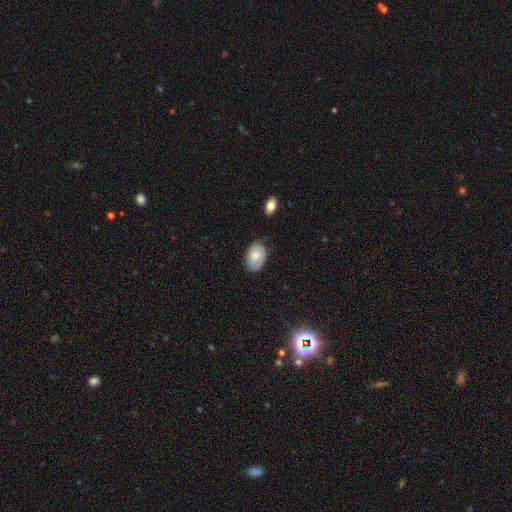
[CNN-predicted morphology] A smooth galaxy with no disk features (73%) that is in between round and cigar-shaped (87%).

Vote fractions:
- Smooth or featured? smooth: 73% / featured or disk: 20% / star or artifact: 7%
- How rounded? in between: 87% / round: 12% / cigar-shaped: 1%
- Merging? none: 68% / minor disturbance: 25% / major disturbance: 5% / merger: 2%